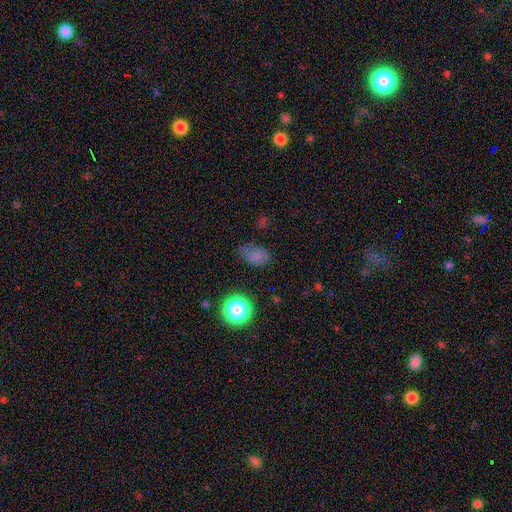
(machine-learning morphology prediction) The model was most divided on "merging": none: 63%, minor disturbance: 25%, major disturbance: 10%, merger: 3%. More confident: how rounded — in between (83%); smooth or featured — smooth (72%).